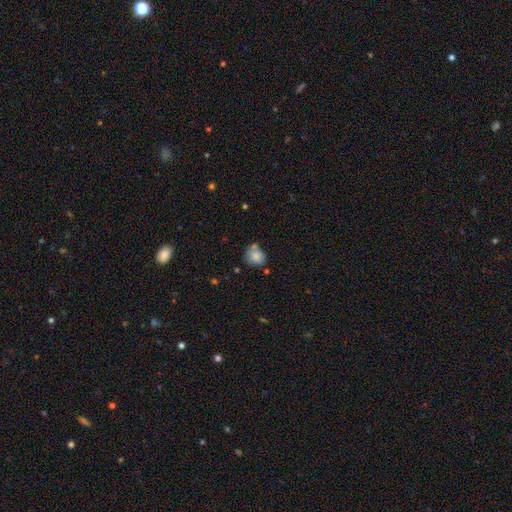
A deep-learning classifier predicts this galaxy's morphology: smooth-or-featured: smooth: 82% | star or artifact: 9% | featured or disk: 9%
  how-rounded: round: 76% | in between: 23% | cigar-shaped: 1%
  merging: none: 60% | minor disturbance: 20% | merger: 14% | major disturbance: 5%